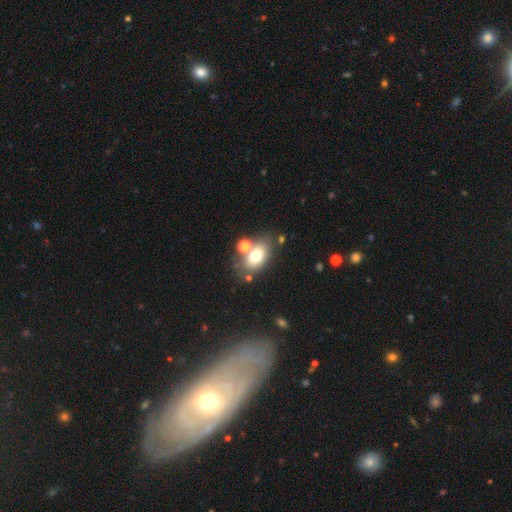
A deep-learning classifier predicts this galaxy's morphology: Q: Smooth or featured?
A: smooth (74%); runner-up: featured or disk (15%)
Q: How rounded?
A: in between (84%); runner-up: round (14%)
Q: Merging?
A: none (62%); runner-up: merger (20%)